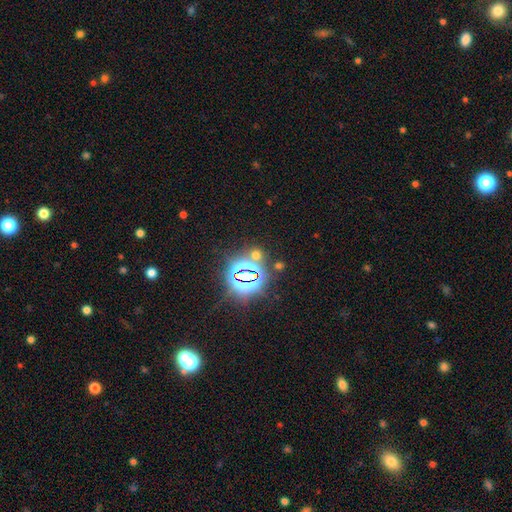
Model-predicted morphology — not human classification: smooth_or_featured: star or artifact (p=0.63) [alt: smooth p=0.30]